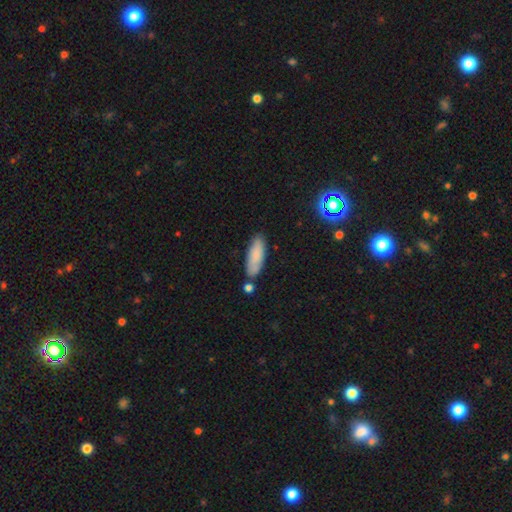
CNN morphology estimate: Smooth or featured? Predicted: smooth (p=0.81). How rounded? Predicted: in between (p=0.57). Merging? Predicted: none (p=0.75).